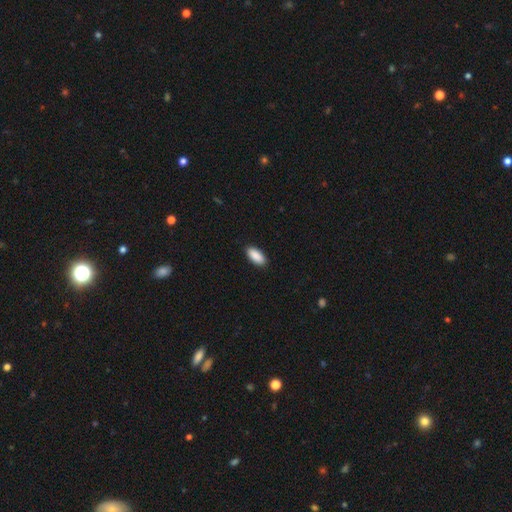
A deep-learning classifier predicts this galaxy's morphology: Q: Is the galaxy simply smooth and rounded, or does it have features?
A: smooth — 91%.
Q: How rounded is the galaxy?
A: in between — 89%.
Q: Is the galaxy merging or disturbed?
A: none — 90%.